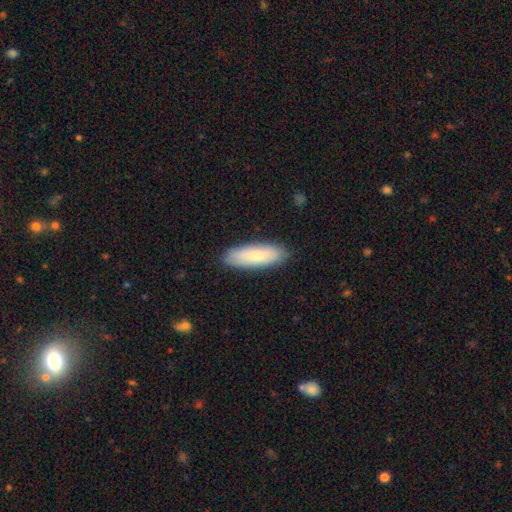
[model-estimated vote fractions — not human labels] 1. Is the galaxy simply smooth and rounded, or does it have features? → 81% smooth, 14% featured or disk, 5% star or artifact.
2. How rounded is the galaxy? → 51% in between, 47% cigar-shaped, 2% round.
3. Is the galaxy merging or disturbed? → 89% none, 8% minor disturbance, 2% major disturbance, 1% merger.